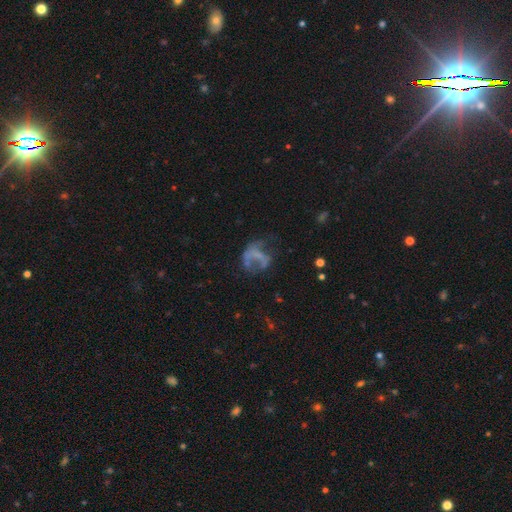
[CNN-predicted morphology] This appears to be a featured or disk galaxy (52%) with no bar (78%), no spiral arms (76%) and no central bulge (78%). Merging: major disturbance (40%).